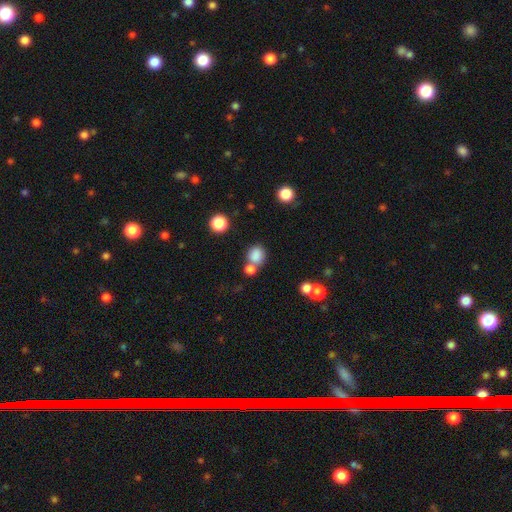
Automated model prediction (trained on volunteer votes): smooth-or-featured: smooth: 82% | star or artifact: 12% | featured or disk: 7%
  how-rounded: round: 75% | in between: 24% | cigar-shaped: 1%
  merging: none: 54% | merger: 32% | minor disturbance: 10% | major disturbance: 4%